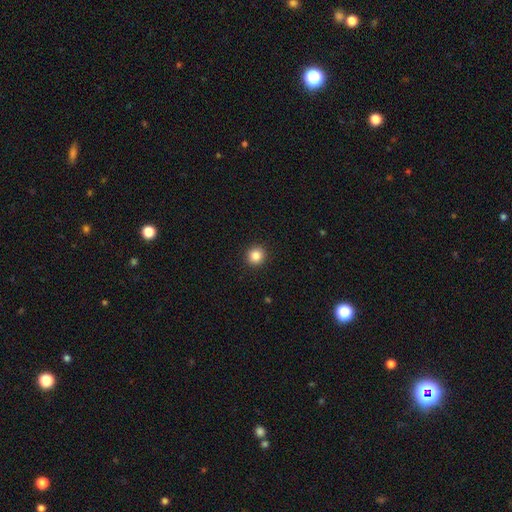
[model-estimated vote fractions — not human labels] Q: Smooth or featured?
A: smooth (85%); runner-up: star or artifact (10%)
Q: How rounded?
A: round (92%); runner-up: in between (7%)
Q: Merging?
A: none (93%); runner-up: minor disturbance (5%)